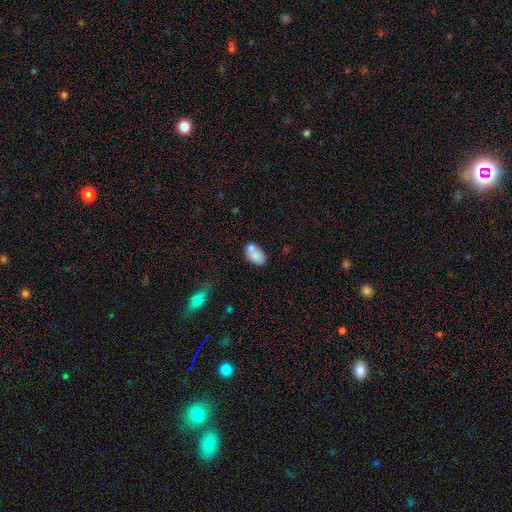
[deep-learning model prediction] Smooth or featured? smooth (77%)
How rounded? in between (88%)
Merging? none (46%)